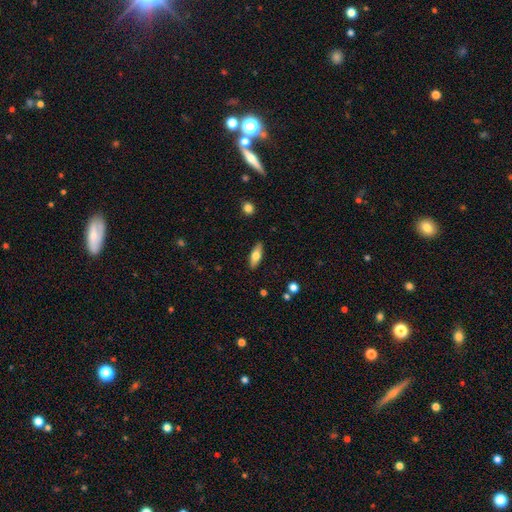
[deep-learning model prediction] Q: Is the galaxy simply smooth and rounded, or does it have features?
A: smooth — 66%.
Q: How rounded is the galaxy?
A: in between — 68%.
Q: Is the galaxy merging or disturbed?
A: none — 88%.